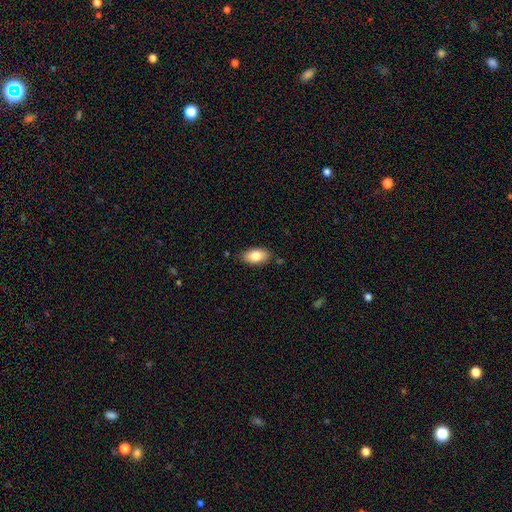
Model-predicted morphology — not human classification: A smooth galaxy with no disk features (82%) that is in between round and cigar-shaped (93%).

Vote fractions:
- Smooth or featured? smooth: 82% / featured or disk: 11% / star or artifact: 7%
- How rounded? in between: 93% / round: 4% / cigar-shaped: 3%
- Merging? none: 82% / minor disturbance: 13% / major disturbance: 2% / merger: 2%